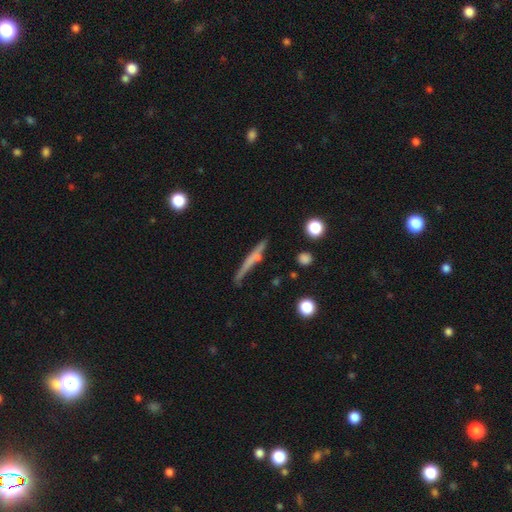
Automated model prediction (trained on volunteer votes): Smooth or featured: featured or disk — 50% (smooth — 39%)
Edge-on disk: yes — 92% (no — 8%)
Merging: none — 79% (minor disturbance — 14%)